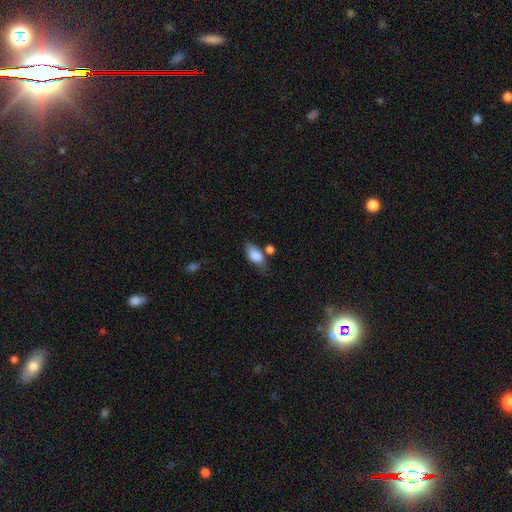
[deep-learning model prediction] The model was most divided on "merging": none: 58%, minor disturbance: 23%, merger: 13%, major disturbance: 6%. More confident: how rounded — in between (88%); smooth or featured — smooth (82%).